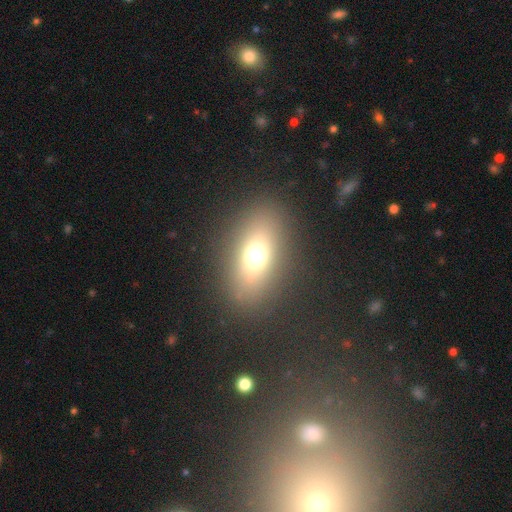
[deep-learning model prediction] Smooth or featured? smooth (66%)
How rounded? in between (76%)
Merging? none (85%)